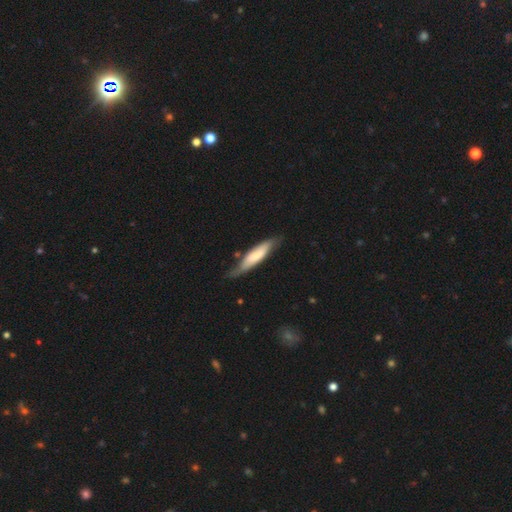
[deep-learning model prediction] Smooth or featured?
  - smooth: 63% *
  - featured or disk: 32%
  - star or artifact: 5%
How rounded?
  - cigar-shaped: 75% *
  - in between: 23%
  - round: 1%
Merging?
  - none: 59% *
  - minor disturbance: 29%
  - major disturbance: 8%
  - merger: 4%